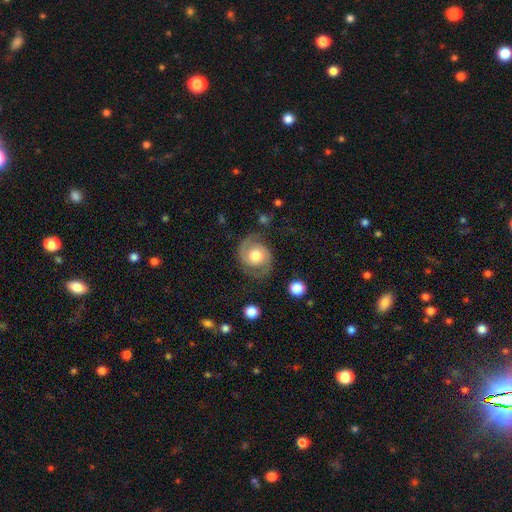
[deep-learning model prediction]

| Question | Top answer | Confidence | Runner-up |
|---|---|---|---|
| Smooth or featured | featured or disk | 77% | smooth (17%) |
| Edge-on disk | no | 98% | yes (2%) |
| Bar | no | 70% | weak (25%) |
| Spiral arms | yes | 94% | no (6%) |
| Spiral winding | medium | 51% | tight (31%) |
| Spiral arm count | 2 | 91% | can't tell (3%) |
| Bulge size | moderate | 65% | large (25%) |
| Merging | none | 72% | minor disturbance (18%) |